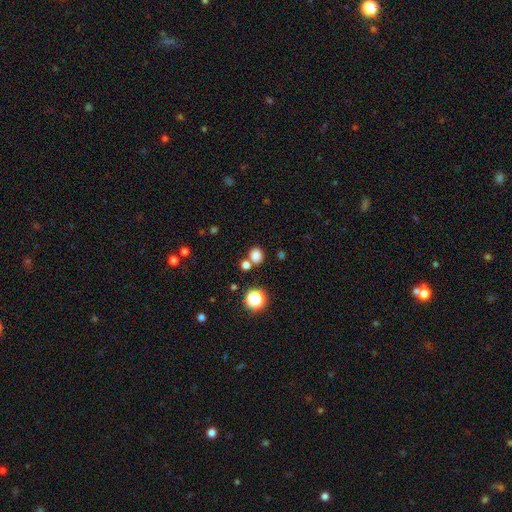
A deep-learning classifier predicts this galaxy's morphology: This is likely a smooth galaxy (80%). How rounded: likely round (78%). Merging: likely none (72%).